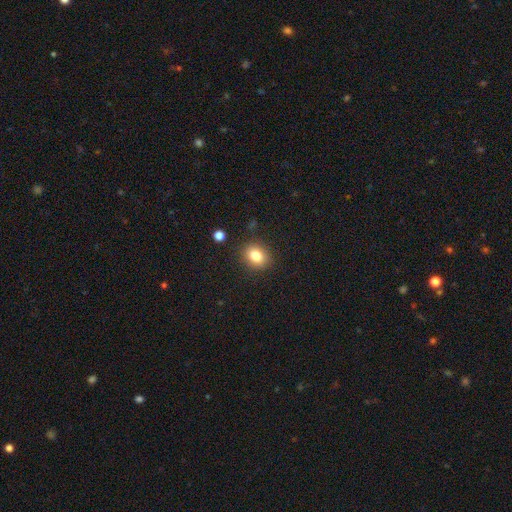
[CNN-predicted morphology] Smooth or featured?
  - smooth: 82% *
  - star or artifact: 11%
  - featured or disk: 8%
How rounded?
  - round: 59% *
  - in between: 40%
  - cigar-shaped: 1%
Merging?
  - none: 86% *
  - minor disturbance: 9%
  - major disturbance: 3%
  - merger: 2%